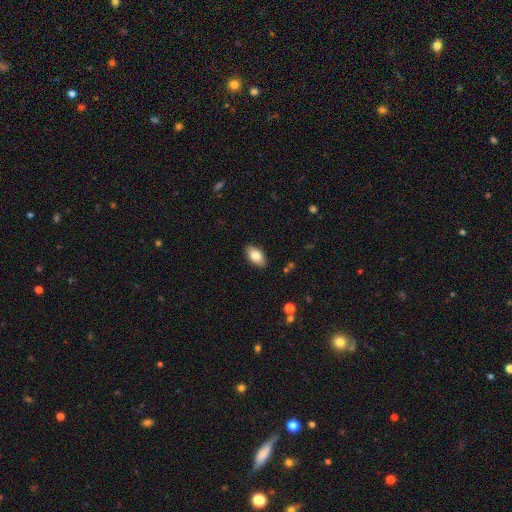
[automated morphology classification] Smooth or featured?
  - smooth: 82% *
  - featured or disk: 11%
  - star or artifact: 7%
How rounded?
  - in between: 94% *
  - round: 4%
  - cigar-shaped: 2%
Merging?
  - none: 88% *
  - minor disturbance: 9%
  - major disturbance: 2%
  - merger: 1%